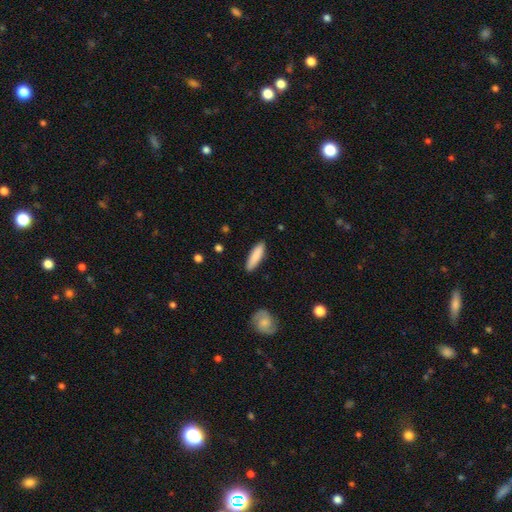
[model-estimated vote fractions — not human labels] smooth_or_featured: smooth (p=0.85) [alt: featured or disk p=0.10]
how_rounded: cigar-shaped (p=0.68) [alt: in between p=0.30]
merging: none (p=0.89) [alt: minor disturbance p=0.08]